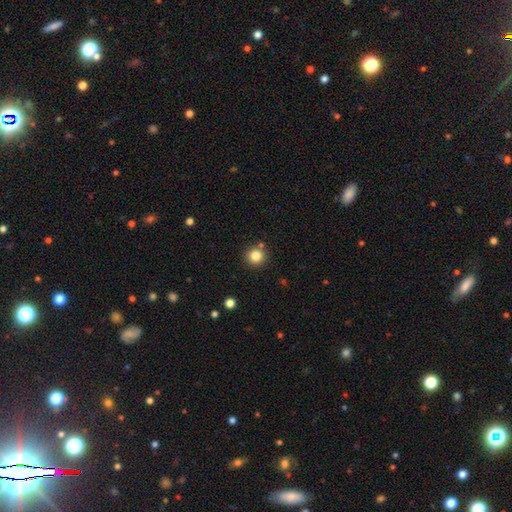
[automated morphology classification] A smooth galaxy with no disk features (83%) that is round (94%).

Vote fractions:
- Smooth or featured? smooth: 83% / star or artifact: 12% / featured or disk: 5%
- How rounded? round: 94% / in between: 5% / cigar-shaped: 1%
- Merging? none: 85% / minor disturbance: 7% / merger: 6% / major disturbance: 2%